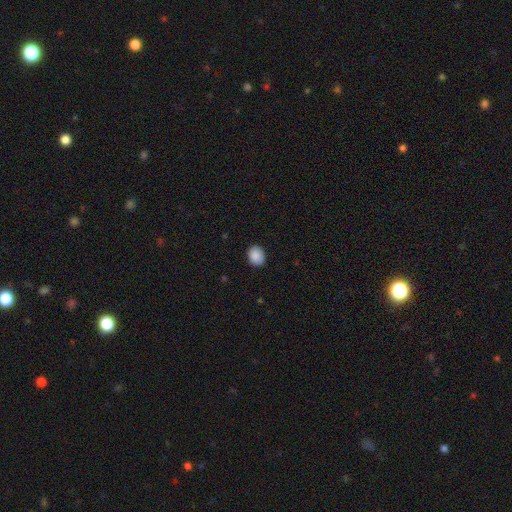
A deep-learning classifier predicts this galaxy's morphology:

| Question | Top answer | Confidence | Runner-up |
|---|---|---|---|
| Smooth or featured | smooth | 90% | star or artifact (8%) |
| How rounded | in between | 52% | round (47%) |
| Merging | none | 89% | minor disturbance (8%) |